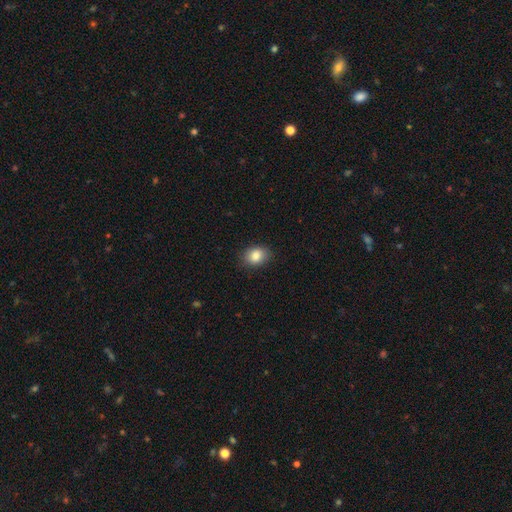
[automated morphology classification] Q: Smooth or featured?
A: smooth (85%); runner-up: star or artifact (9%)
Q: How rounded?
A: in between (61%); runner-up: round (38%)
Q: Merging?
A: none (86%); runner-up: minor disturbance (11%)